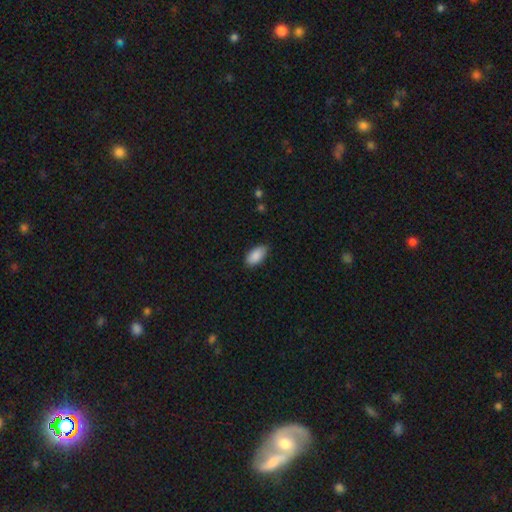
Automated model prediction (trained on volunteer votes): Overall: smooth (89%). How rounded: in between (94%). Merging: none (79%).